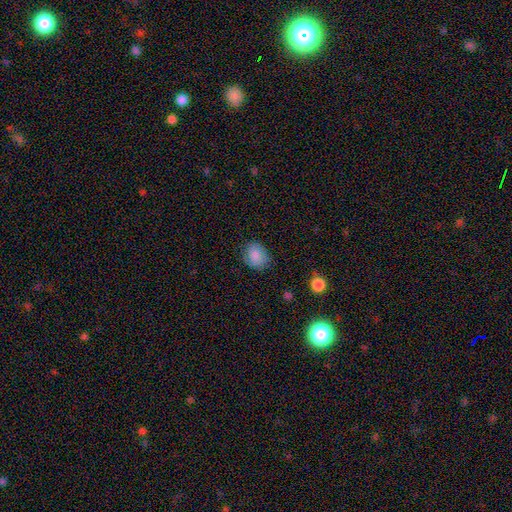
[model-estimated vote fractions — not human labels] This is clearly a smooth galaxy (84%). How rounded: possibly round (57%). Merging: likely none (78%).